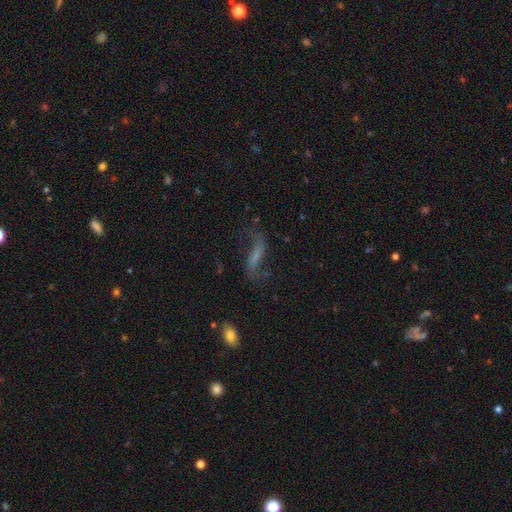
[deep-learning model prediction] Smooth or featured: featured or disk — 57% (smooth — 30%)
Edge-on disk: no — 82% (yes — 18%)
Merging: none — 58% (minor disturbance — 19%)